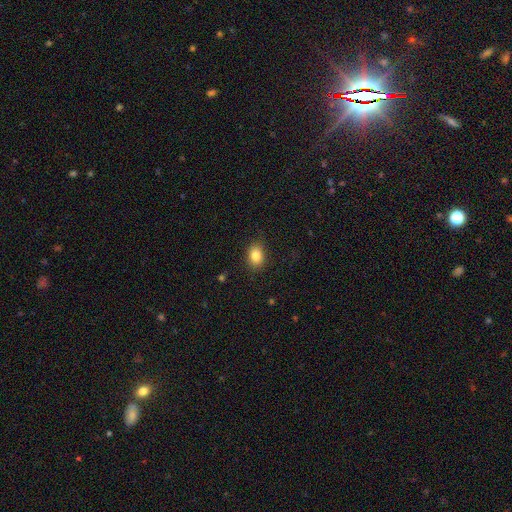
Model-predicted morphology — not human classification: This is clearly a smooth galaxy (83%). How rounded: likely in between (68%). Merging: clearly none (86%).